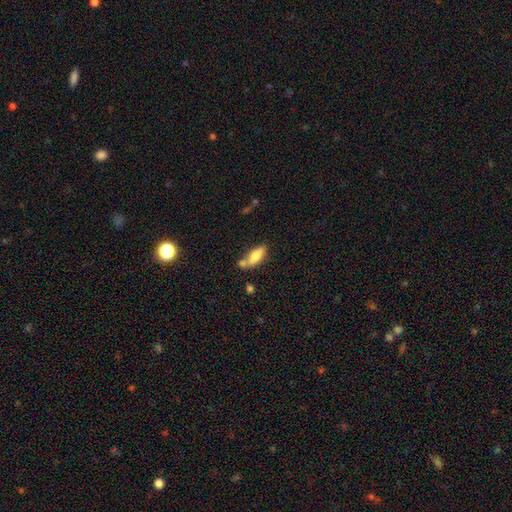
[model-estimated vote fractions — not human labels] Smooth or featured? smooth (68%)
How rounded? in between (66%)
Merging? none (56%)